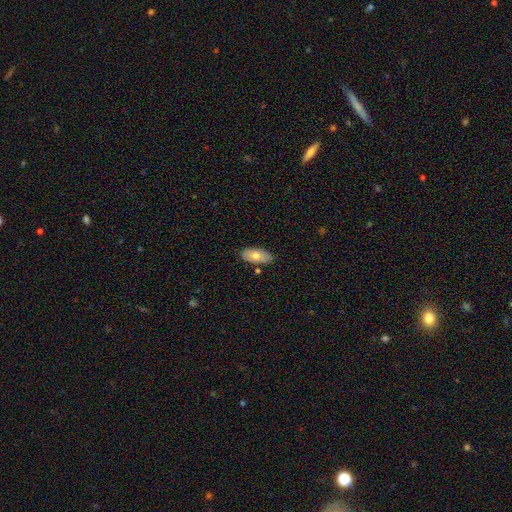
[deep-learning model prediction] smooth-or-featured: smooth: 70% | featured or disk: 24% | star or artifact: 6%
  how-rounded: in between: 89% | cigar-shaped: 8% | round: 3%
  merging: none: 82% | minor disturbance: 12% | merger: 3% | major disturbance: 2%